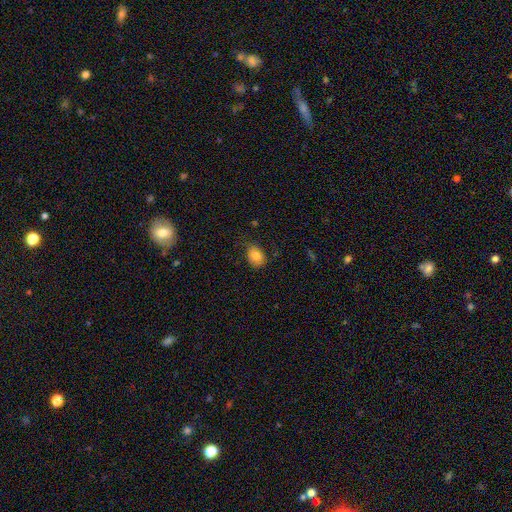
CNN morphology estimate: Smooth or featured? Predicted: smooth (p=0.81). How rounded? Predicted: in between (p=0.58). Merging? Predicted: none (p=0.74).